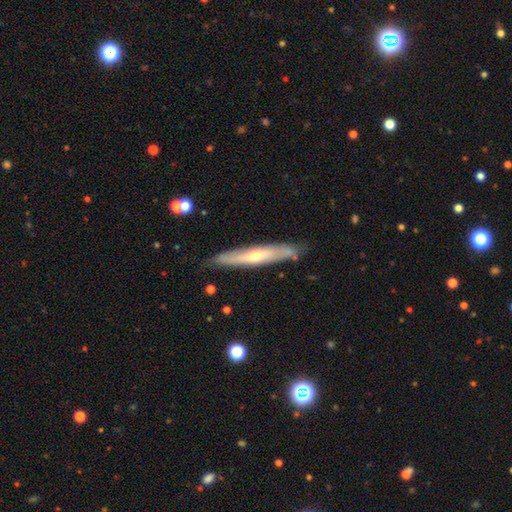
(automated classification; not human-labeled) smooth-or-featured: featured or disk: 57% | smooth: 37% | star or artifact: 6%
  disk-edge-on: yes: 84% | no: 16%
  merging: none: 84% | minor disturbance: 12% | major disturbance: 2% | merger: 2%